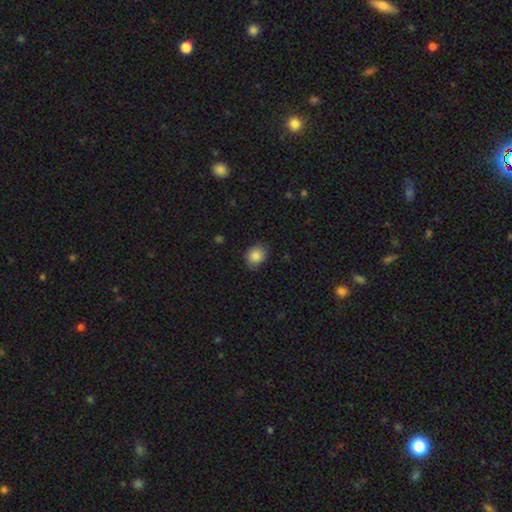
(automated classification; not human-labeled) Overall: smooth (86%). How rounded: round (66%; in between 33%). Merging: none (79%).